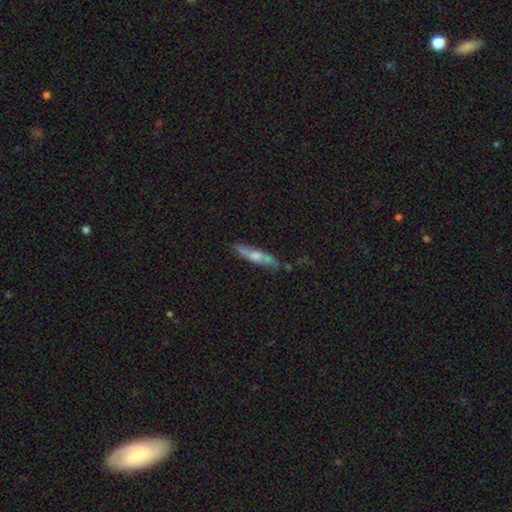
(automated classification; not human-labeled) Smooth or featured: featured or disk — 52% (smooth — 41%)
Edge-on disk: yes — 79% (no — 21%)
Merging: none — 78% (minor disturbance — 16%)